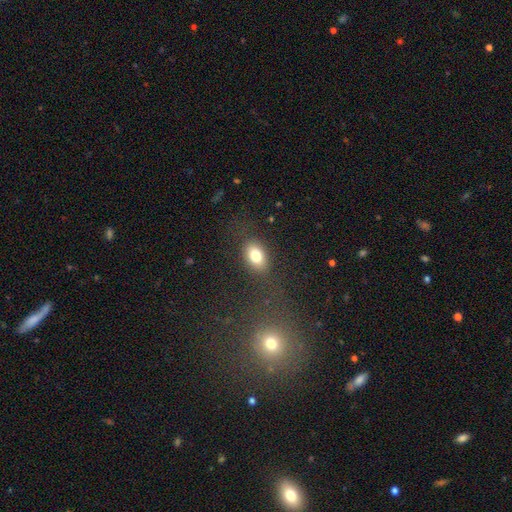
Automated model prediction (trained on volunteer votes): A smooth galaxy with no disk features (79%) that is in between round and cigar-shaped (85%).

Vote fractions:
- Smooth or featured? smooth: 79% / featured or disk: 11% / star or artifact: 9%
- How rounded? in between: 85% / round: 14% / cigar-shaped: 2%
- Merging? none: 82% / minor disturbance: 11% / major disturbance: 5% / merger: 2%